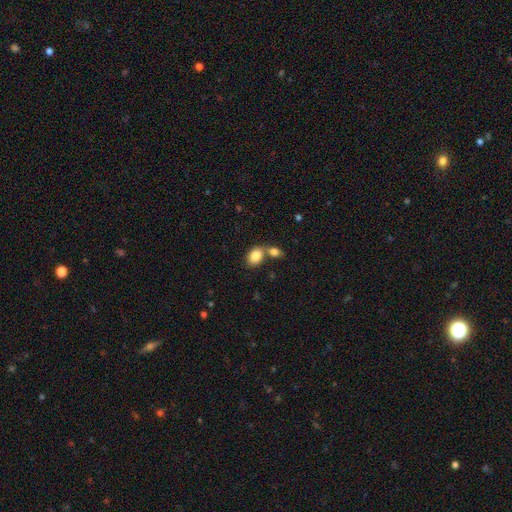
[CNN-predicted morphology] Overall: smooth (85%). How rounded: in between (83%). Merging: none (44%; merger 43%).